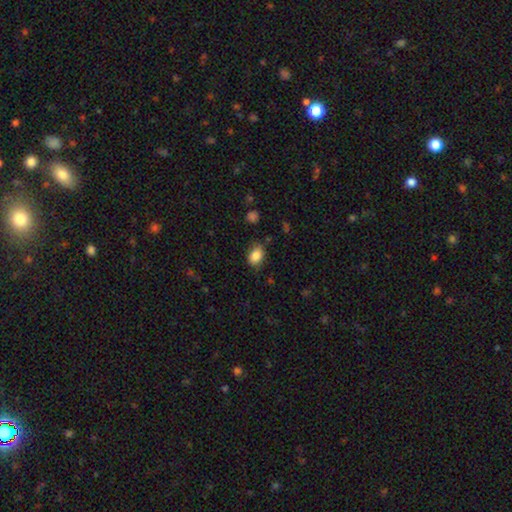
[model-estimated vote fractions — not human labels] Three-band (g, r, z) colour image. It shows a smooth galaxy with no disk features (86%) that is in between round and cigar-shaped (78%). Merging: none (75%).